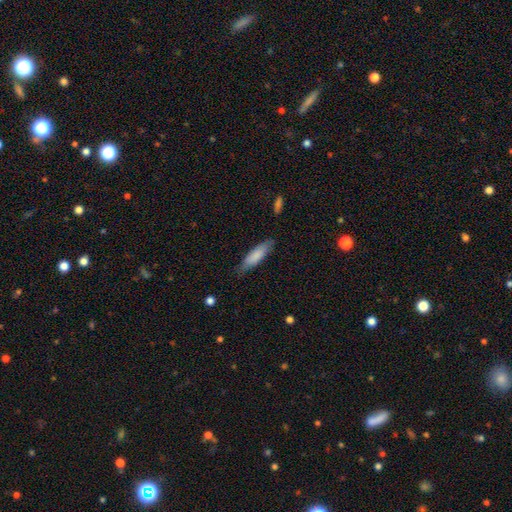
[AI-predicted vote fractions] Smooth or featured?
  - smooth: 82% *
  - featured or disk: 13%
  - star or artifact: 5%
How rounded?
  - cigar-shaped: 65% *
  - in between: 34%
  - round: 1%
Merging?
  - none: 80% *
  - minor disturbance: 16%
  - major disturbance: 3%
  - merger: 1%